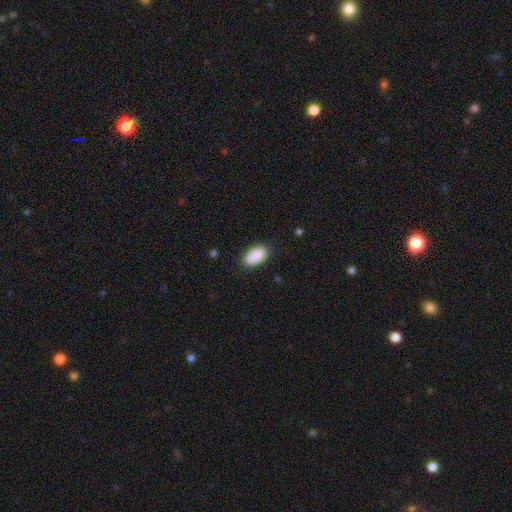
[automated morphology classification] Smooth or featured: smooth — 90% (star or artifact — 7%)
How rounded: in between — 94% (round — 3%)
Merging: none — 85% (minor disturbance — 12%)